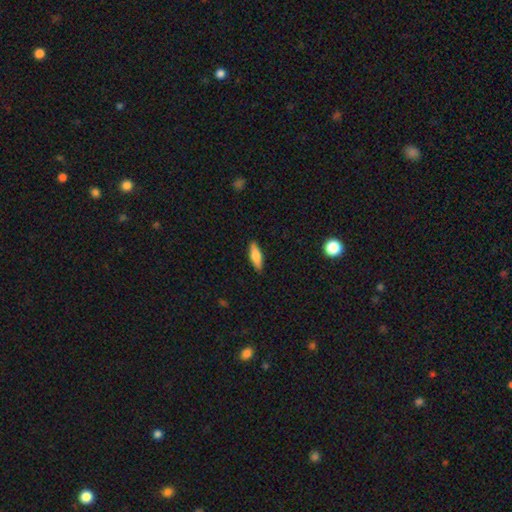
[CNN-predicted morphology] Overall: smooth (74%). How rounded: in between (50%; cigar-shaped 48%). Merging: none (88%).